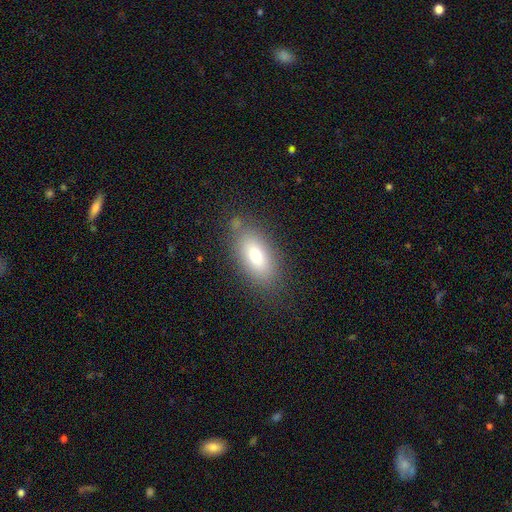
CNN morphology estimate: This appears to be a smooth galaxy with no disk features (76%) that is in between round and cigar-shaped (88%). Merging: none (79%).